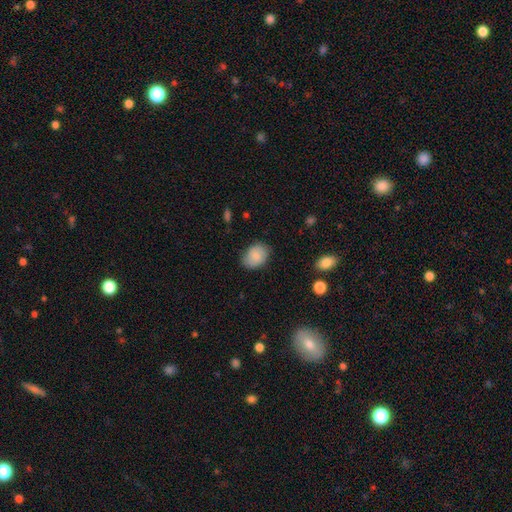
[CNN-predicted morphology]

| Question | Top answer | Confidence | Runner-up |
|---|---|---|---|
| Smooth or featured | smooth | 83% | featured or disk (10%) |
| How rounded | in between | 69% | round (30%) |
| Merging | none | 78% | minor disturbance (17%) |